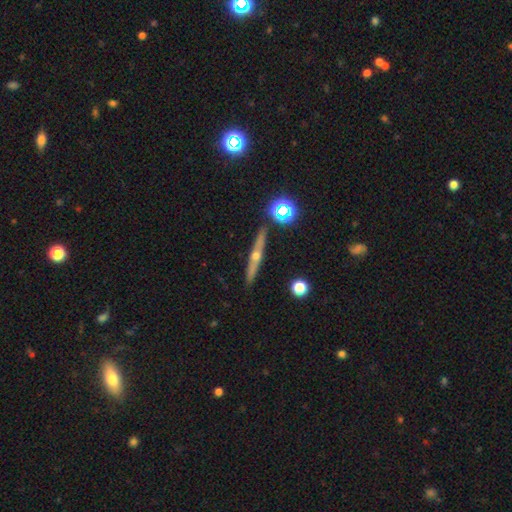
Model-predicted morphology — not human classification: smooth-or-featured: featured or disk: 63% | smooth: 26% | star or artifact: 10%
  disk-edge-on: yes: 95% | no: 5%
    edge-on-bulge: rounded: 87% | none: 10% | boxy: 2%
  merging: none: 89% | minor disturbance: 7% | merger: 2% | major disturbance: 2%